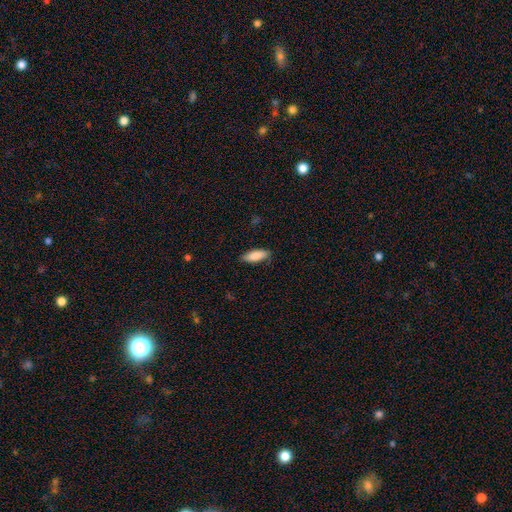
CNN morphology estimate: Overall: smooth (85%). How rounded: in between (67%; cigar-shaped 31%). Merging: none (81%).